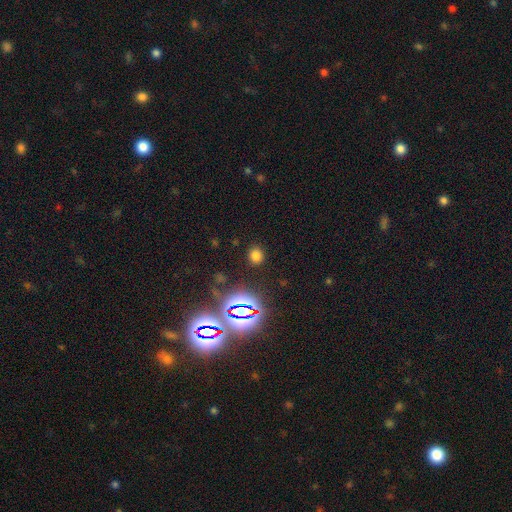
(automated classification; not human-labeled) Q: Smooth or featured?
A: smooth (67%); runner-up: star or artifact (27%)
Q: How rounded?
A: round (72%); runner-up: in between (27%)
Q: Merging?
A: none (87%); runner-up: minor disturbance (8%)